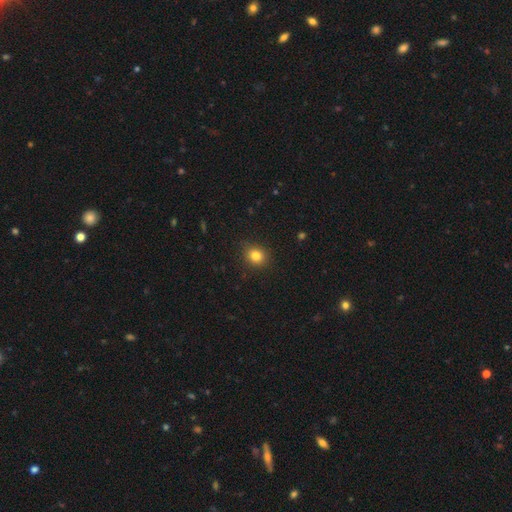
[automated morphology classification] The model was most divided on "how rounded": round: 75%, in between: 24%, cigar-shaped: 1%. More confident: merging — none (88%); smooth or featured — smooth (83%).